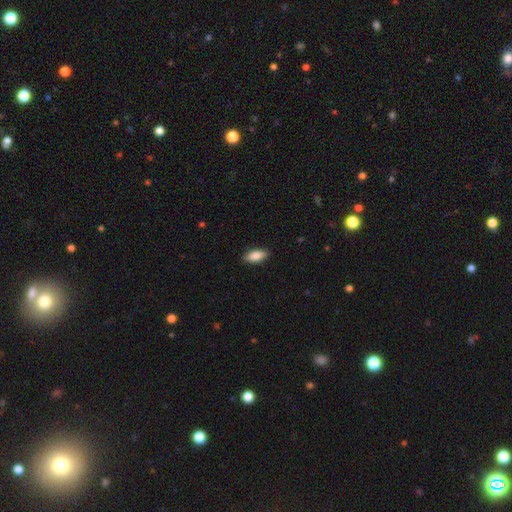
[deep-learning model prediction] A smooth galaxy with no disk features (86%) that is in between round and cigar-shaped (86%).

Vote fractions:
- Smooth or featured? smooth: 86% / featured or disk: 8% / star or artifact: 6%
- How rounded? in between: 86% / cigar-shaped: 12% / round: 2%
- Merging? none: 89% / minor disturbance: 9% / major disturbance: 2% / merger: 1%